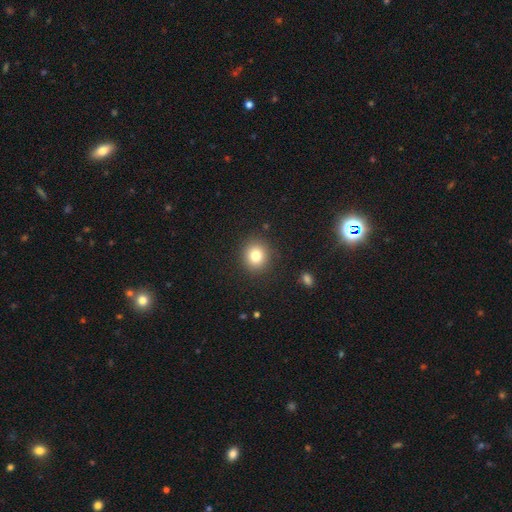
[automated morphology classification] smooth 81%, star or artifact 11%, featured or disk 8%. Down the decision tree: how rounded — round (84%); merging — none (89%).